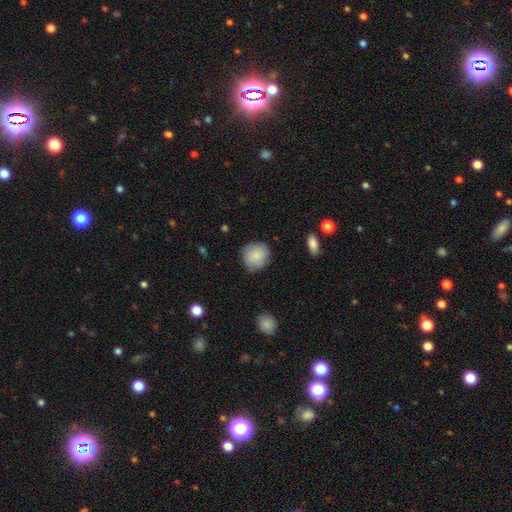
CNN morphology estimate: smooth_or_featured: smooth (p=0.86) [alt: featured or disk p=0.07]
how_rounded: round (p=0.87) [alt: in between p=0.12]
merging: none (p=0.83) [alt: minor disturbance p=0.13]